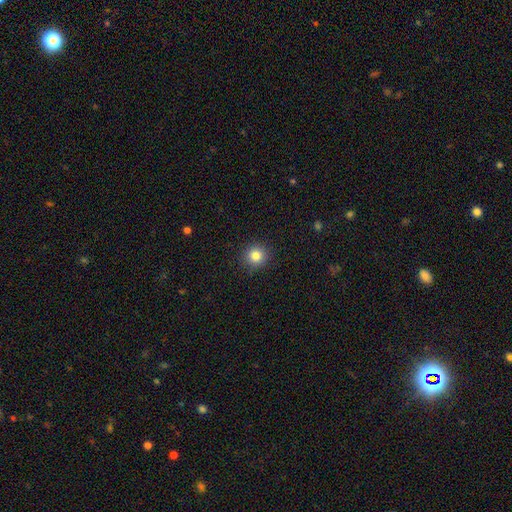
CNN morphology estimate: This is clearly a smooth galaxy (83%). How rounded: clearly round (92%). Merging: clearly none (91%).